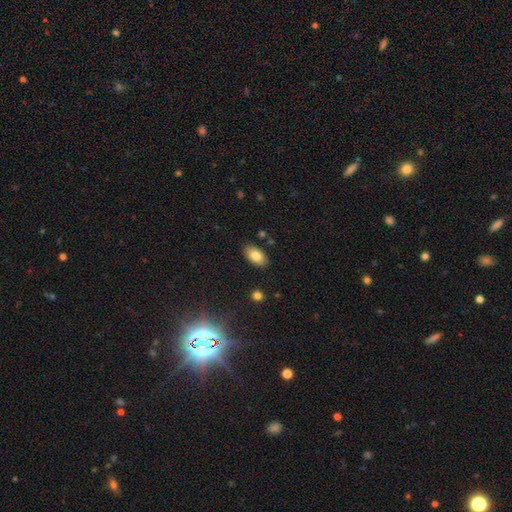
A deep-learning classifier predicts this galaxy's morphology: A smooth galaxy with no disk features (82%) that is in between round and cigar-shaped (94%).

Vote fractions:
- Smooth or featured? smooth: 82% / featured or disk: 11% / star or artifact: 8%
- How rounded? in between: 94% / round: 4% / cigar-shaped: 2%
- Merging? none: 86% / minor disturbance: 10% / major disturbance: 2% / merger: 2%